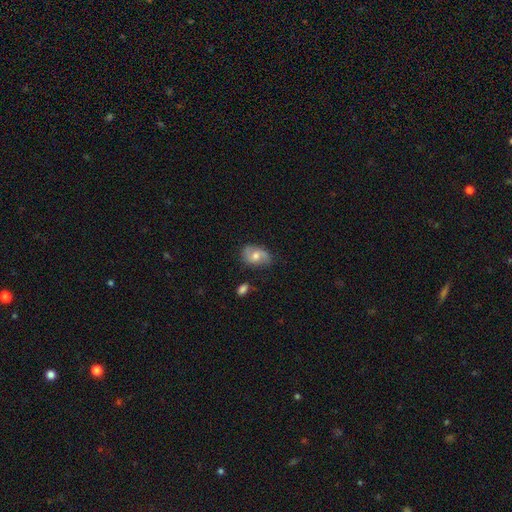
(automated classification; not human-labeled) Overall: featured or disk (52%; smooth 40%). Edge-on disk: no (96%). Bar: no (61%; weak 33%). Spiral arms: yes (84%). Bulge size: moderate (68%). Merging: none (68%).